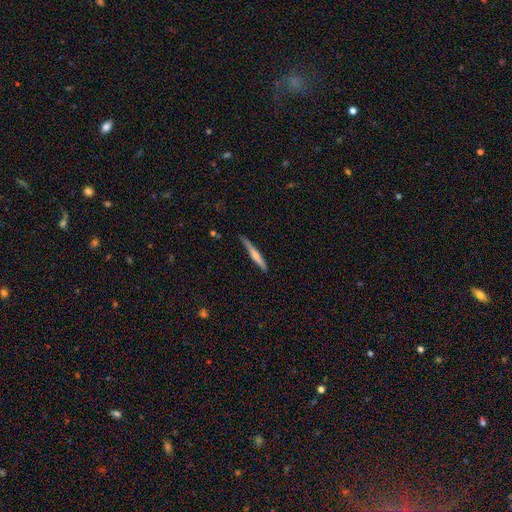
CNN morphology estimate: smooth 51%, featured or disk 43%, star or artifact 6%. Down the decision tree: how rounded — cigar-shaped (95%); merging — none (76%).